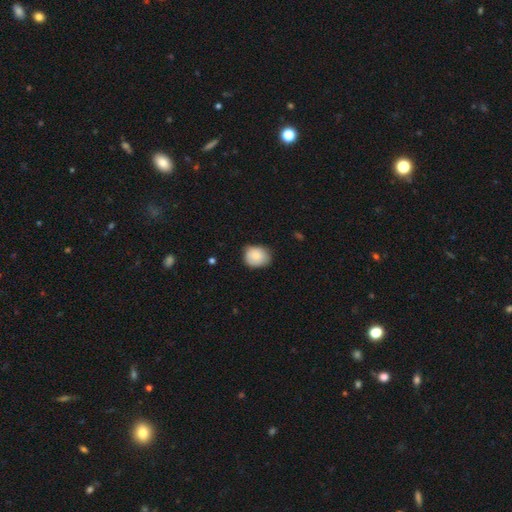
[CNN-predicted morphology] This is clearly a smooth galaxy (83%). How rounded: possibly round (58%). Merging: likely none (69%).